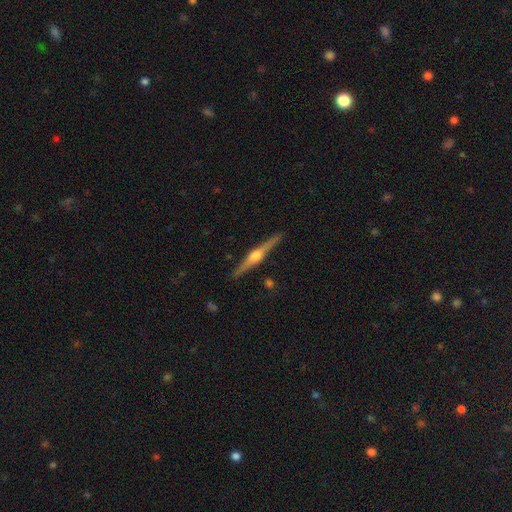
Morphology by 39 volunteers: smooth-or-featured: featured or disk: 87% | smooth: 10% | star or artifact: 3%
  disk-edge-on: yes: 97% | no: 3%
    edge-on-bulge: rounded: 100% | boxy: 0% | none: 0%
  merging: none: 79% | minor disturbance: 16% | major disturbance: 5% | merger: 0%